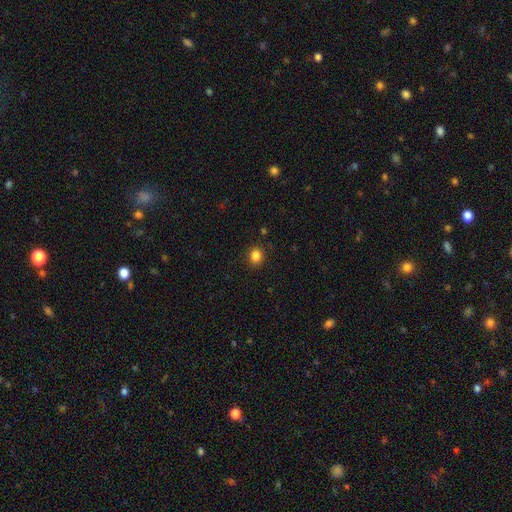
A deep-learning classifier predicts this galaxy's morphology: This is clearly a smooth galaxy (85%). How rounded: likely round (75%). Merging: clearly none (89%).